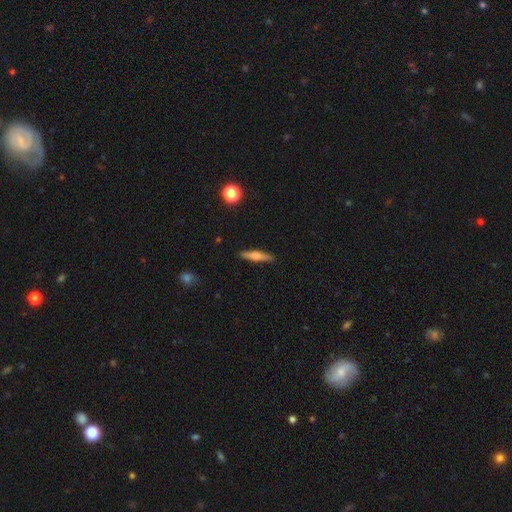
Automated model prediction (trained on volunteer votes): Smooth or featured? featured or disk (49%)
Merging? none (90%)